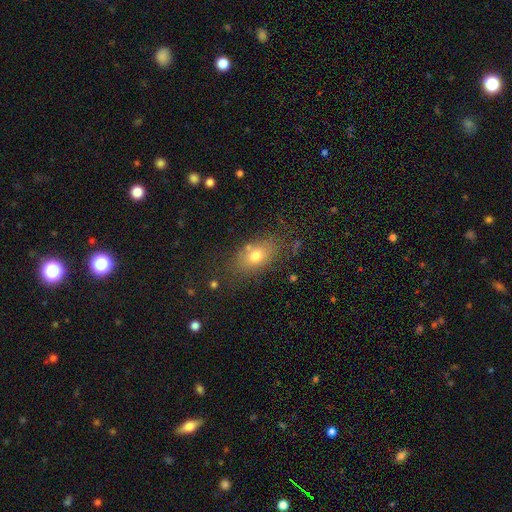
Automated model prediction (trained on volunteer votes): This appears to be a smooth galaxy with no disk features (72%) that is in between round and cigar-shaped (81%). Merging: none (74%).